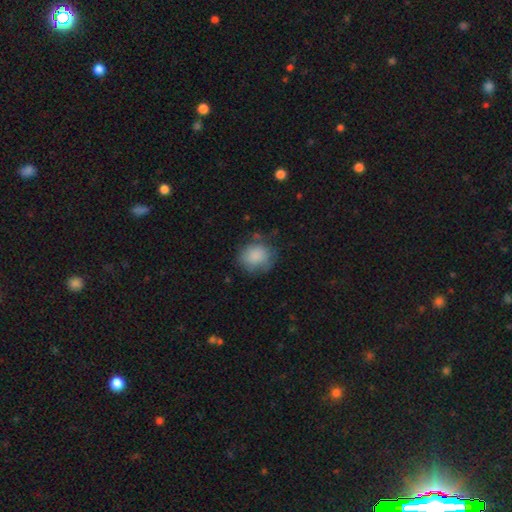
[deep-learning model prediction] smooth-or-featured: smooth: 83% | featured or disk: 9% | star or artifact: 8%
  how-rounded: round: 78% | in between: 21% | cigar-shaped: 1%
  merging: none: 64% | minor disturbance: 24% | major disturbance: 9% | merger: 2%